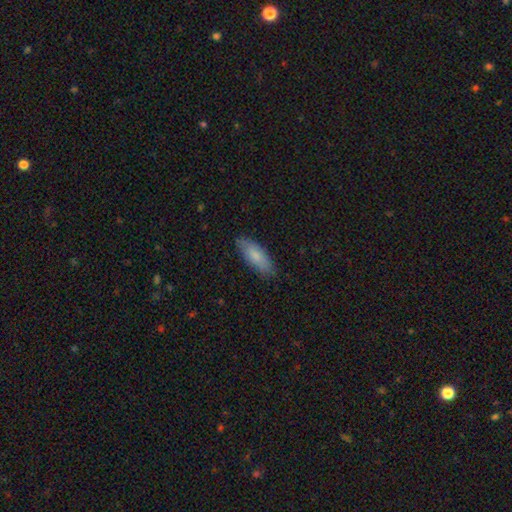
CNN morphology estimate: A smooth galaxy with no disk features (81%) that is in between round and cigar-shaped (69%).

Vote fractions:
- Smooth or featured? smooth: 81% / featured or disk: 14% / star or artifact: 6%
- How rounded? in between: 69% / cigar-shaped: 30% / round: 2%
- Merging? none: 84% / minor disturbance: 13% / major disturbance: 2% / merger: 1%